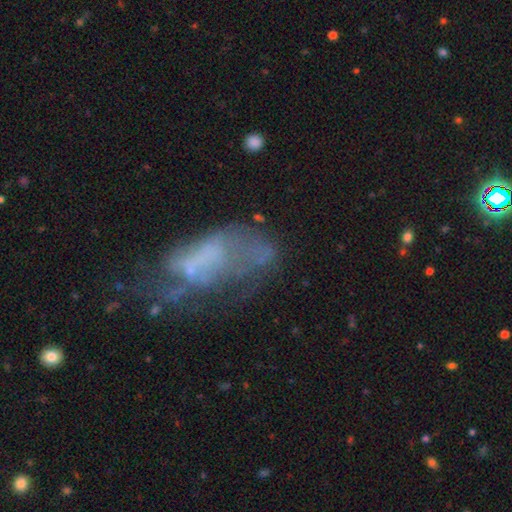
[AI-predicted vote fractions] Overall: featured or disk (50%; smooth 33%). Merging: major disturbance (44%; none 23%).